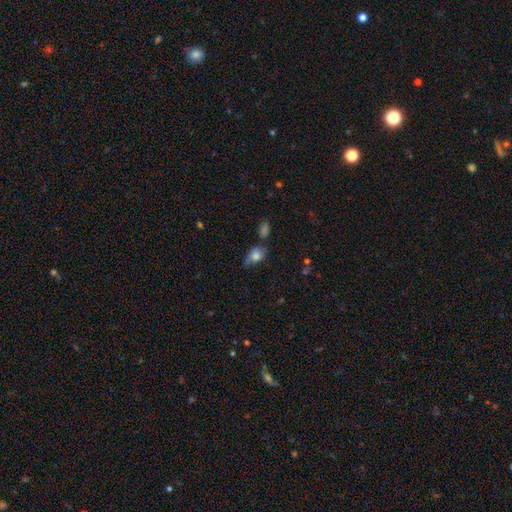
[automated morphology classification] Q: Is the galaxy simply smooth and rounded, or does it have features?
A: smooth — 75%.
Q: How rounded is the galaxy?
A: in between — 72%.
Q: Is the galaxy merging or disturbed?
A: none — 41%.